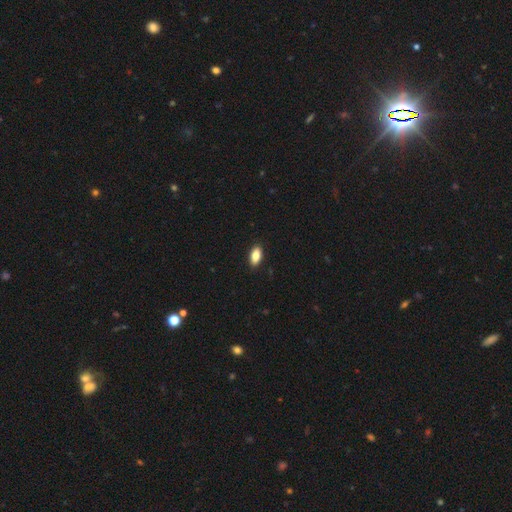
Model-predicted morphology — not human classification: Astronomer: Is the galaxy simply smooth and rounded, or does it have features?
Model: smooth — 85%.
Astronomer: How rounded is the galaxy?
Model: in between — 90%.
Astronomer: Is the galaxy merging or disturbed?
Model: none — 90%.